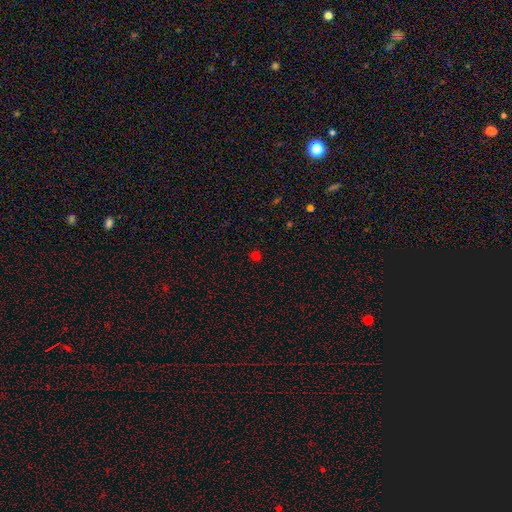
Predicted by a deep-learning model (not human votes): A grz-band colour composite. It shows a smooth galaxy with no disk features (67%) that is round (89%). Merging: none (88%).